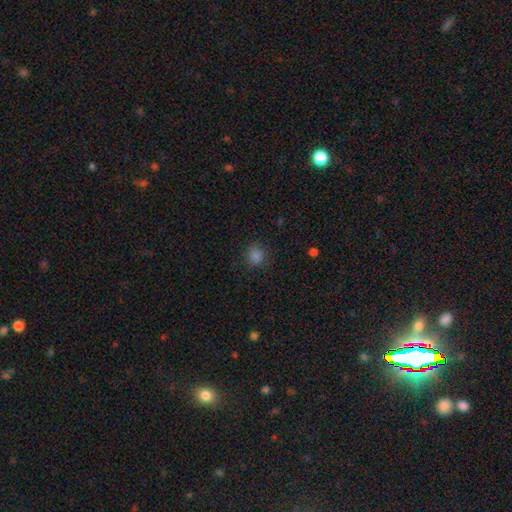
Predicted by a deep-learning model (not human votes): Overall: smooth (82%). How rounded: round (89%). Merging: none (88%).